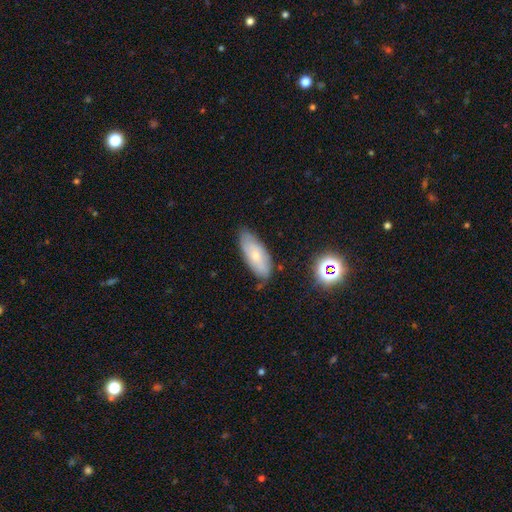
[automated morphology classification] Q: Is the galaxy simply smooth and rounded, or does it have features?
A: smooth — 59%.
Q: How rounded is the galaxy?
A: in between — 78%.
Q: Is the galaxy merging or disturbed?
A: none — 74%.